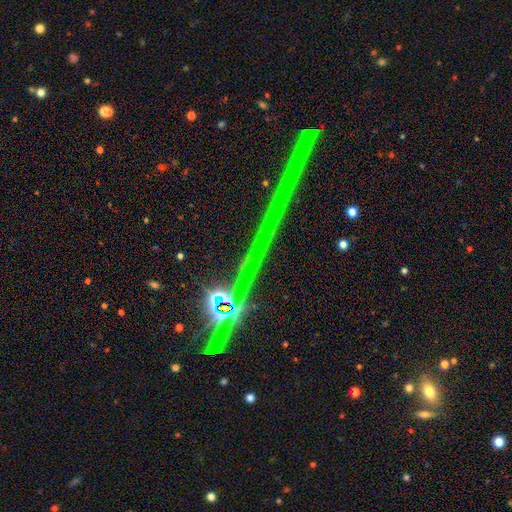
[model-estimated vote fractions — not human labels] A star or artifact, not a galaxy (74%).